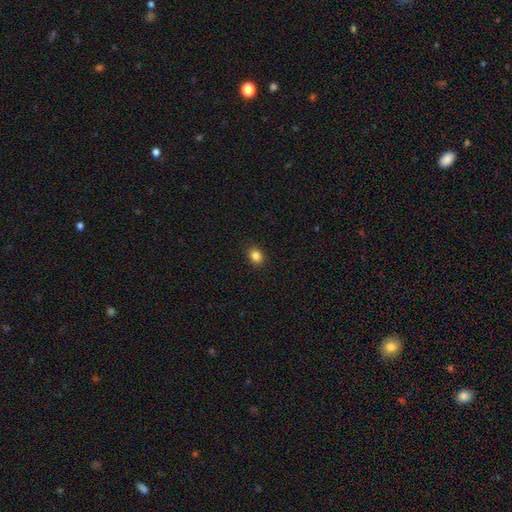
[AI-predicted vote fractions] Smooth or featured? smooth (85%)
How rounded? round (52%)
Merging? none (90%)